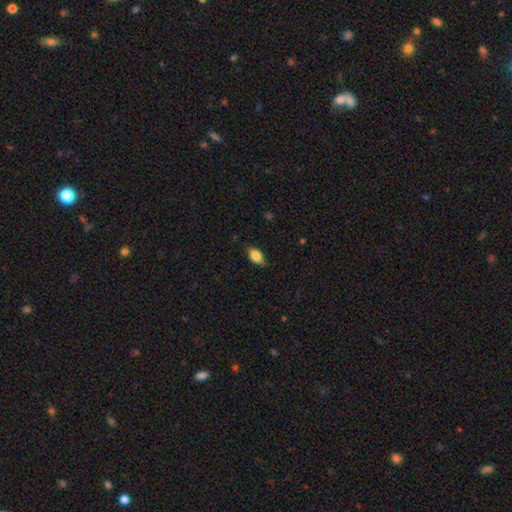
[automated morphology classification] This appears to be a smooth galaxy with no disk features (82%) that is in between round and cigar-shaped (89%). Merging: none (80%).